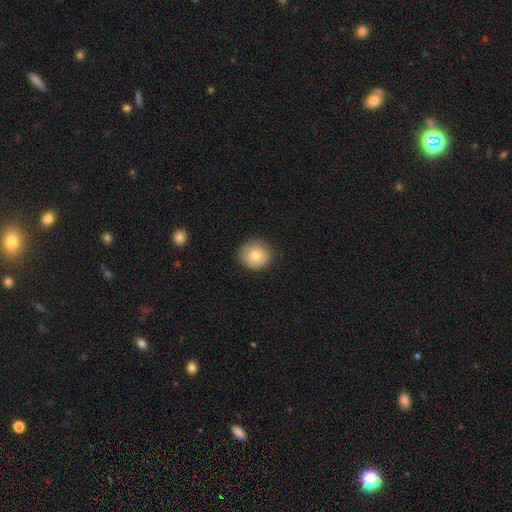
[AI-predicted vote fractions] The model was most divided on "smooth or featured": smooth: 78%, featured or disk: 14%, star or artifact: 8%. More confident: how rounded — round (85%); merging — none (82%).